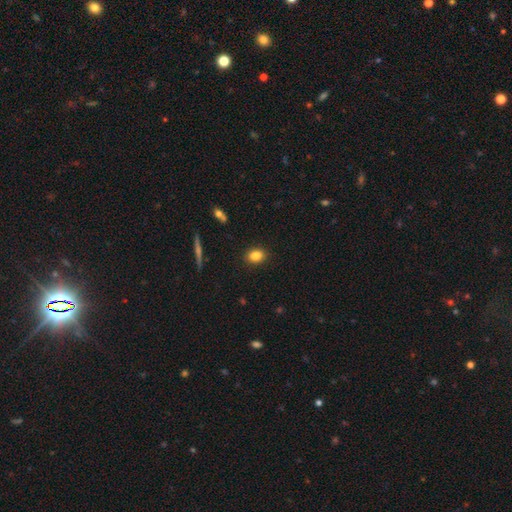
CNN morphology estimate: This appears to be a smooth galaxy with no disk features (83%) that is in between round and cigar-shaped (62%). Merging: none (89%).